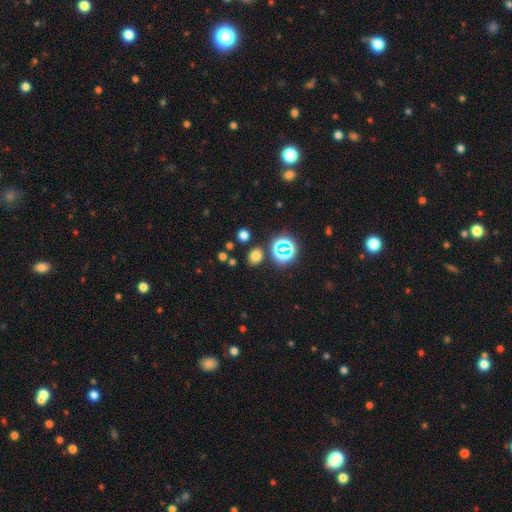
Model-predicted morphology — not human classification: smooth-or-featured: smooth: 67% | star or artifact: 27% | featured or disk: 6%
  how-rounded: round: 56% | in between: 43% | cigar-shaped: 1%
  merging: none: 83% | minor disturbance: 9% | merger: 6% | major disturbance: 3%